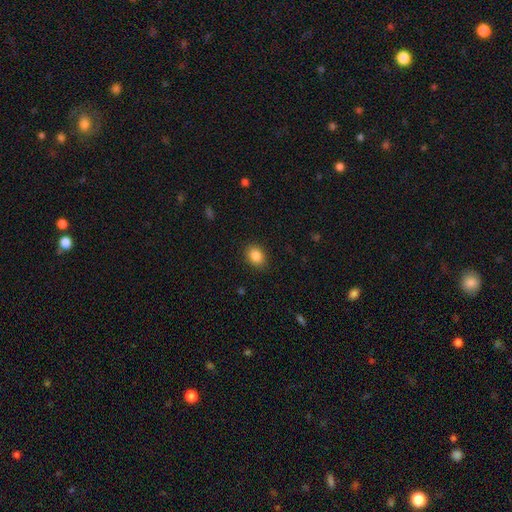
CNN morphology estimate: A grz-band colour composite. It shows a smooth galaxy with no disk features (87%) that is in between round and cigar-shaped (61%). Merging: none (88%).